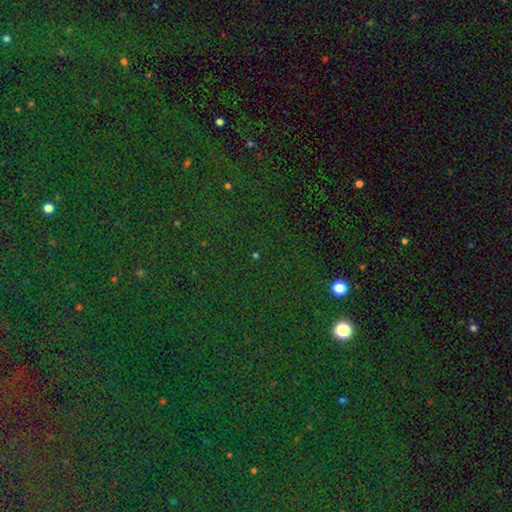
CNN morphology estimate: A star or artifact, not a galaxy (71%).